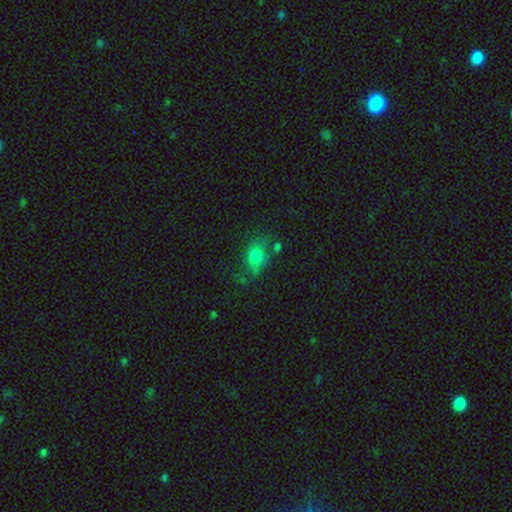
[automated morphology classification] Smooth or featured: smooth — 70% (featured or disk — 18%)
How rounded: in between — 78% (round — 20%)
Merging: none — 46% (minor disturbance — 28%)